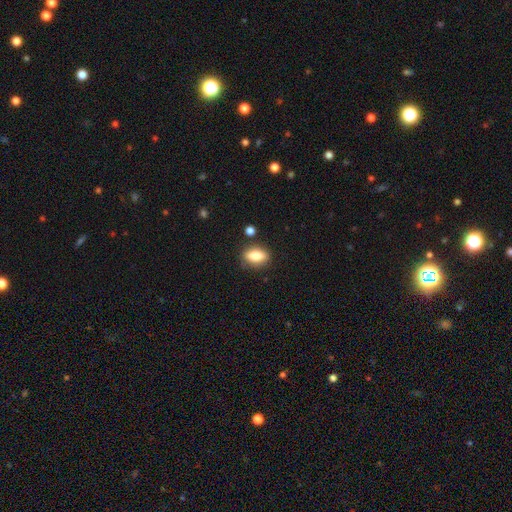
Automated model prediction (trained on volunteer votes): The model was most divided on "merging": none: 80%, minor disturbance: 13%, merger: 4%, major disturbance: 3%. More confident: smooth or featured — smooth (79%); how rounded — in between (79%).